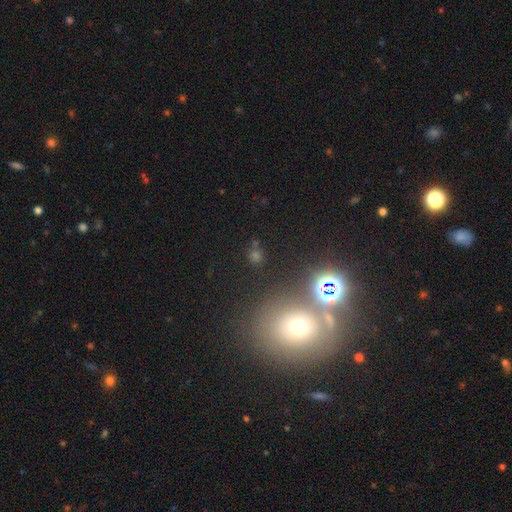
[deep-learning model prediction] Smooth or featured: star or artifact — 43% (smooth — 42%)